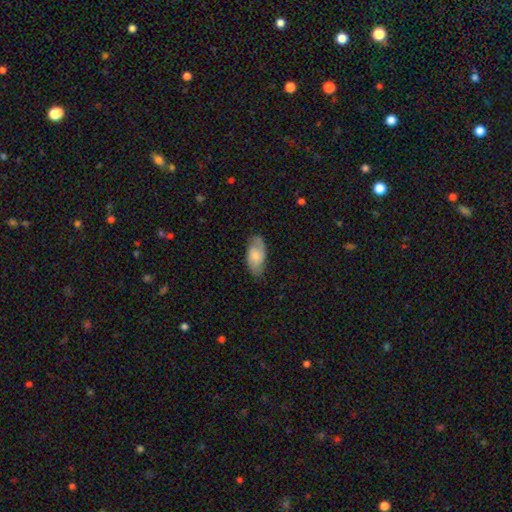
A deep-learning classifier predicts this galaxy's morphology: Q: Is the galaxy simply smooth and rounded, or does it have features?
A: smooth — 55%.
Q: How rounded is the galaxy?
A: in between — 92%.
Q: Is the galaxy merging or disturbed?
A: none — 76%.